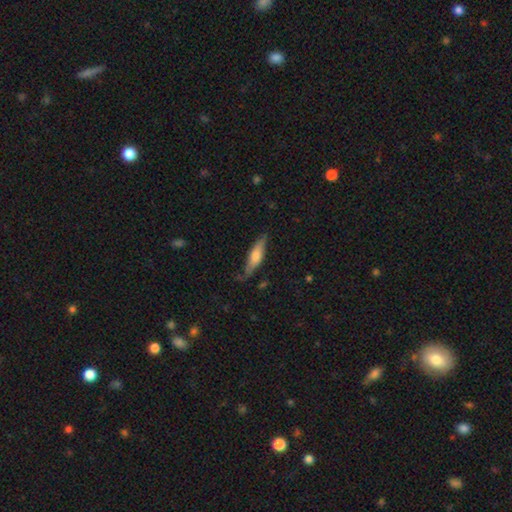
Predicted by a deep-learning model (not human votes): Smooth or featured?
  - smooth: 63% *
  - featured or disk: 32%
  - star or artifact: 6%
How rounded?
  - cigar-shaped: 68% *
  - in between: 30%
  - round: 2%
Merging?
  - none: 71% *
  - minor disturbance: 22%
  - major disturbance: 5%
  - merger: 2%